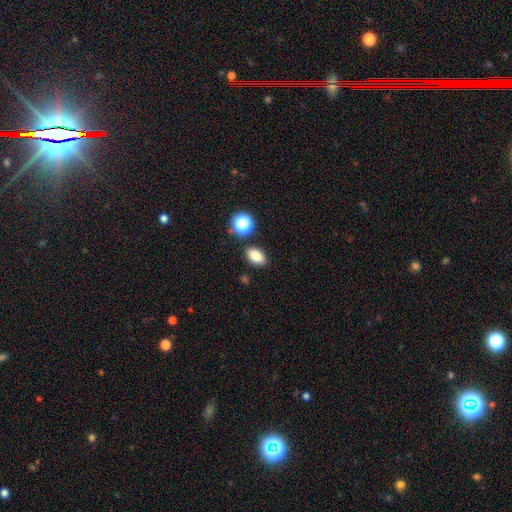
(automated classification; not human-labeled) smooth_or_featured: smooth (p=0.82) [alt: star or artifact p=0.11]
how_rounded: in between (p=0.86) [alt: round p=0.12]
merging: none (p=0.84) [alt: minor disturbance p=0.09]